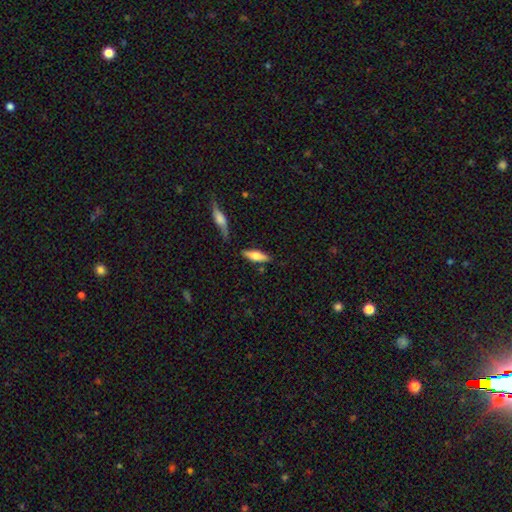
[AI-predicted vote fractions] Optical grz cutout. It shows a smooth galaxy with no disk features (59%) that is cigar-shaped (51%). Merging: none (78%).